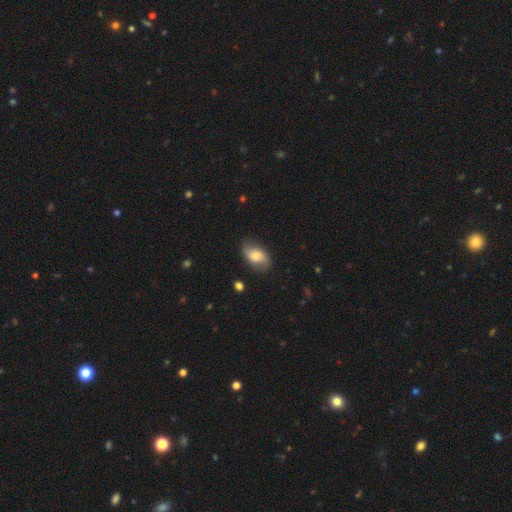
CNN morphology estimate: Overall: smooth (64%; featured or disk 28%). How rounded: in between (89%). Merging: none (75%).